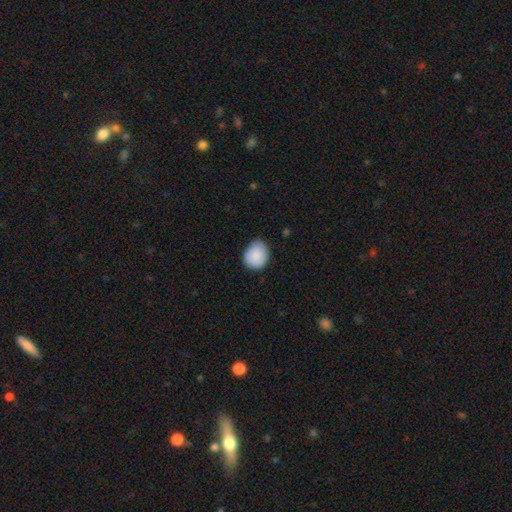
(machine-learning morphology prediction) This appears to be a smooth galaxy with no disk features (88%) that is round (67%). Merging: none (74%).